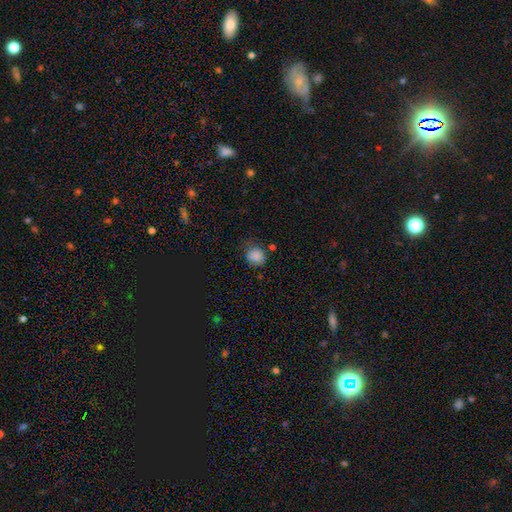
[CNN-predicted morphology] smooth_or_featured: smooth (p=0.86) [alt: star or artifact p=0.10]
how_rounded: round (p=0.76) [alt: in between p=0.23]
merging: none (p=0.66) [alt: minor disturbance p=0.24]